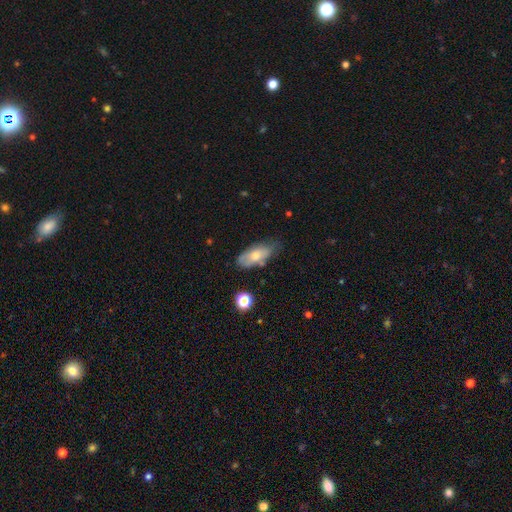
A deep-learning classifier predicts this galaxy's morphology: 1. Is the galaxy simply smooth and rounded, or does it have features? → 68% smooth, 26% featured or disk, 7% star or artifact.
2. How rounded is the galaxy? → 86% in between, 11% cigar-shaped, 3% round.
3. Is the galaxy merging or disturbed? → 58% none, 30% minor disturbance, 7% major disturbance, 5% merger.